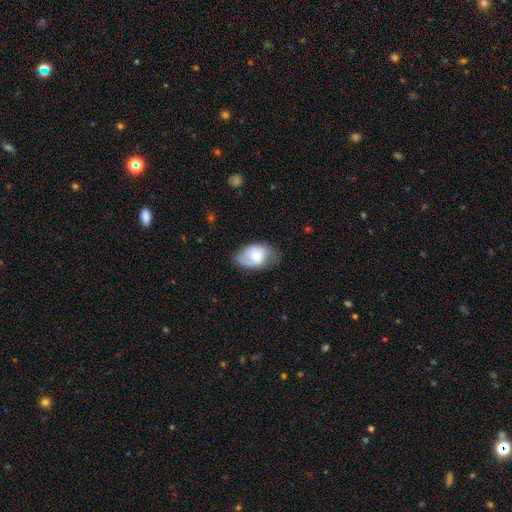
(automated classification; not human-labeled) Smooth or featured? Predicted: smooth (p=0.60). How rounded? Predicted: in between (p=0.86). Merging? Predicted: none (p=0.54).